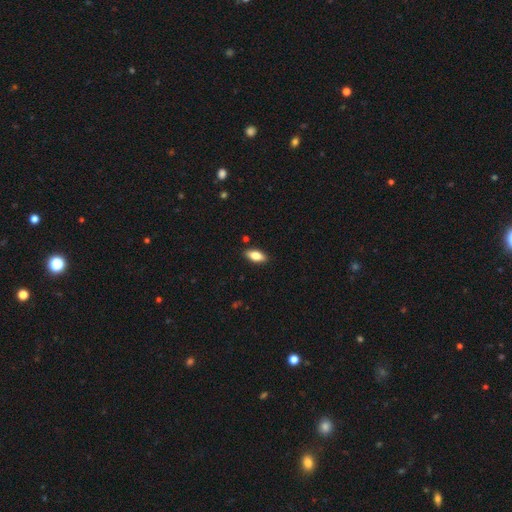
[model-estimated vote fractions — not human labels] Smooth or featured? smooth (78%)
How rounded? in between (85%)
Merging? none (88%)